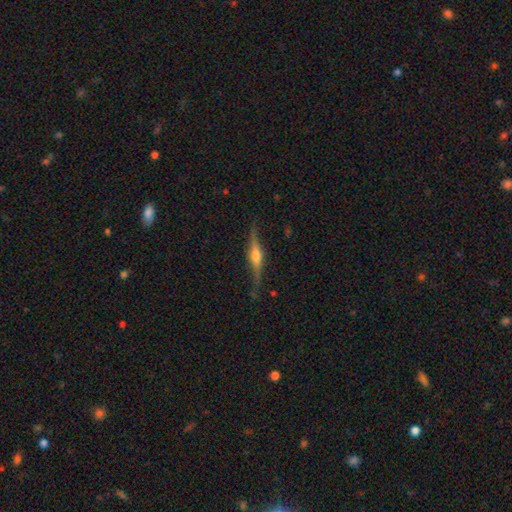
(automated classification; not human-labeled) featured or disk 80%, smooth 14%, star or artifact 6%. Down the decision tree: edge-on disk — yes (96%); edge-on bulge — rounded (91%); merging — none (79%).